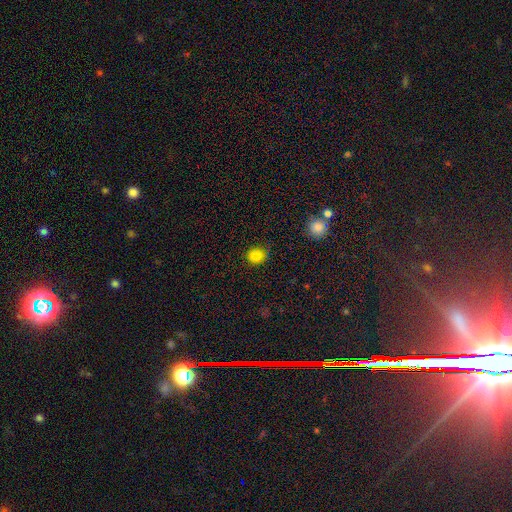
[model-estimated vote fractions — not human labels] The model was most divided on "how rounded": round: 83%, in between: 16%, cigar-shaped: 1%. More confident: smooth or featured — smooth (84%); merging — none (82%).